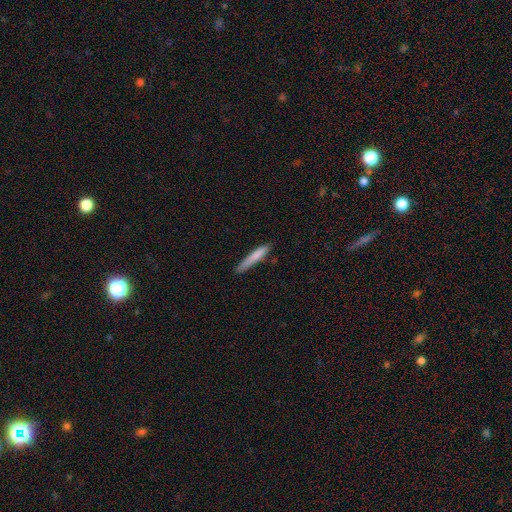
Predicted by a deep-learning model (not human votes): Overall: smooth (77%). How rounded: cigar-shaped (93%). Merging: none (77%).